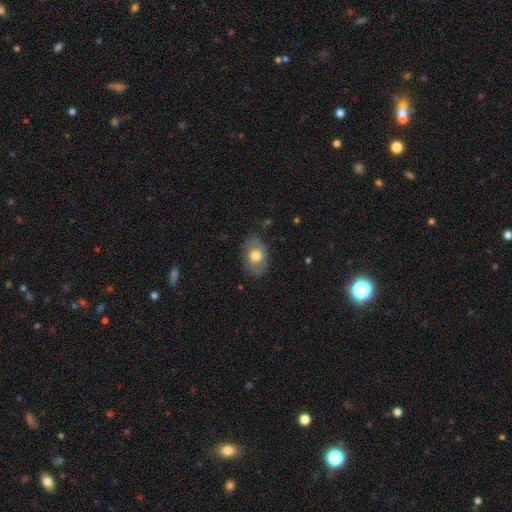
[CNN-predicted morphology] A smooth galaxy with no disk features (66%) that is in between round and cigar-shaped (79%). Merging: none (76%).